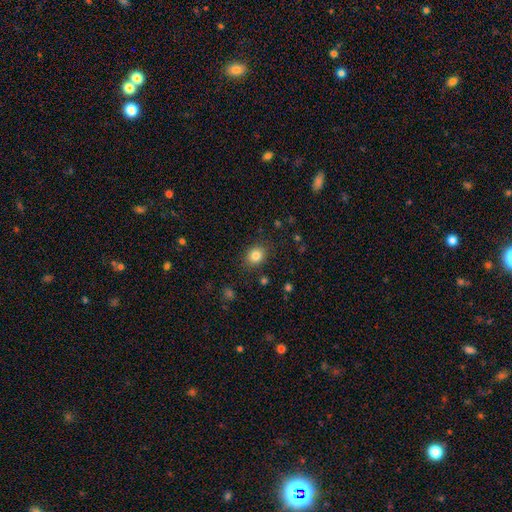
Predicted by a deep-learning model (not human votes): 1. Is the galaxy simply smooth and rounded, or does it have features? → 83% smooth, 11% star or artifact, 6% featured or disk.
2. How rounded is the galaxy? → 63% round, 36% in between, 1% cigar-shaped.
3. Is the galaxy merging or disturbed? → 86% none, 9% minor disturbance, 3% major disturbance, 2% merger.